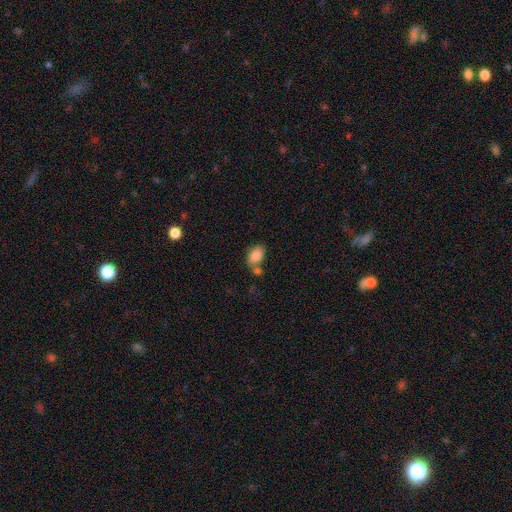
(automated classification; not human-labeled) smooth-or-featured: smooth: 85% | star or artifact: 8% | featured or disk: 7%
  how-rounded: in between: 86% | round: 13% | cigar-shaped: 1%
  merging: none: 47% | merger: 30% | minor disturbance: 16% | major disturbance: 6%